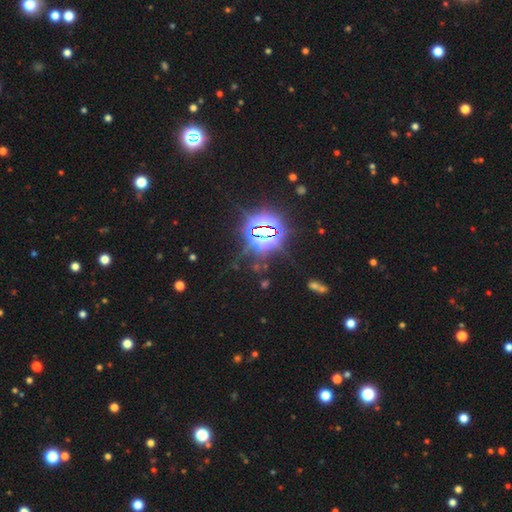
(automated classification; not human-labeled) This is clearly a star or artifact rather than a galaxy (84%).